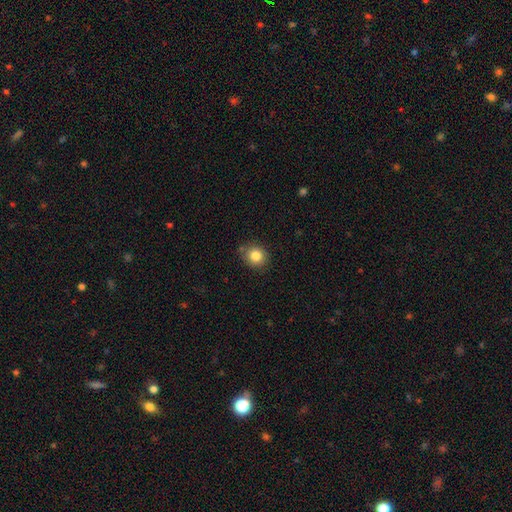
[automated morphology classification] A smooth galaxy with no disk features (83%) that is round (85%).

Vote fractions:
- Smooth or featured? smooth: 83% / star or artifact: 10% / featured or disk: 6%
- How rounded? round: 85% / in between: 14% / cigar-shaped: 1%
- Merging? none: 83% / minor disturbance: 12% / merger: 3% / major disturbance: 3%